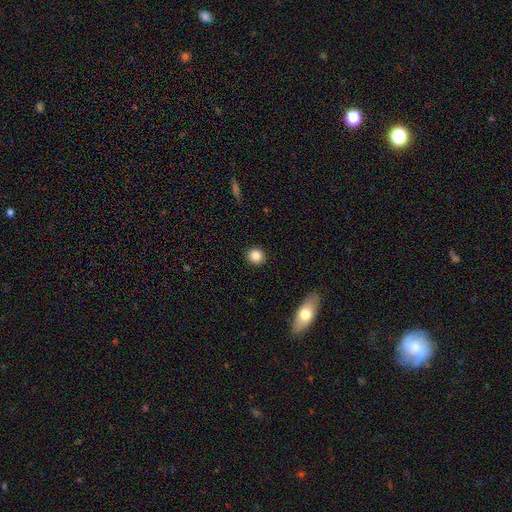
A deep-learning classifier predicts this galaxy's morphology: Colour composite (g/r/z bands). It shows a smooth galaxy with no disk features (85%) that is round (92%). Merging: none (92%).